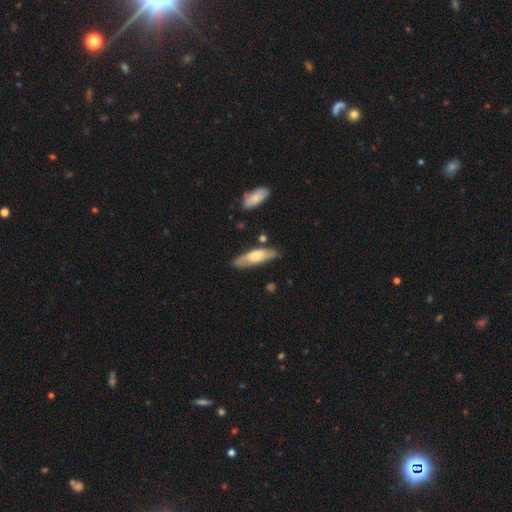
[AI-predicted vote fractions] A smooth galaxy with no disk features (58%) that is cigar-shaped (53%).

Vote fractions:
- Smooth or featured? smooth: 58% / featured or disk: 36% / star or artifact: 5%
- How rounded? cigar-shaped: 53% / in between: 45% / round: 2%
- Merging? none: 75% / minor disturbance: 18% / merger: 4% / major disturbance: 4%